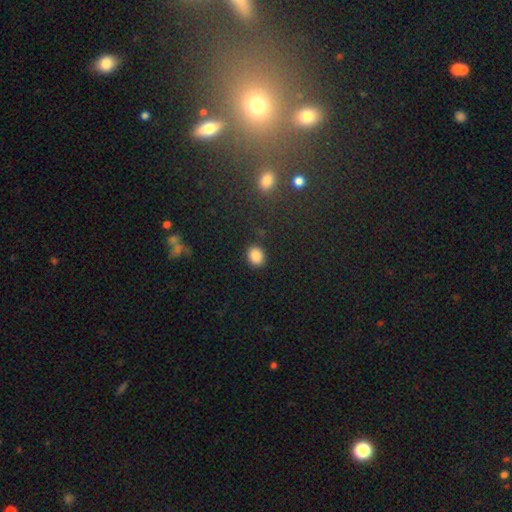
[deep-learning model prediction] This is clearly a smooth galaxy (86%). How rounded: possibly round (53%). Merging: clearly none (87%).